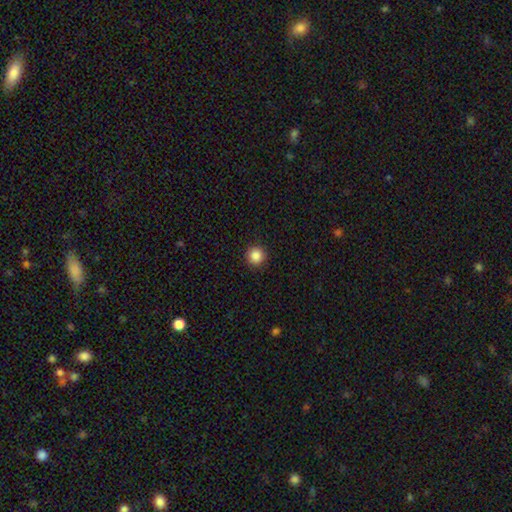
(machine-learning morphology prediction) smooth-or-featured: smooth: 87% | star or artifact: 10% | featured or disk: 3%
  how-rounded: round: 96% | in between: 3% | cigar-shaped: 1%
  merging: none: 93% | minor disturbance: 5% | major disturbance: 2% | merger: 1%